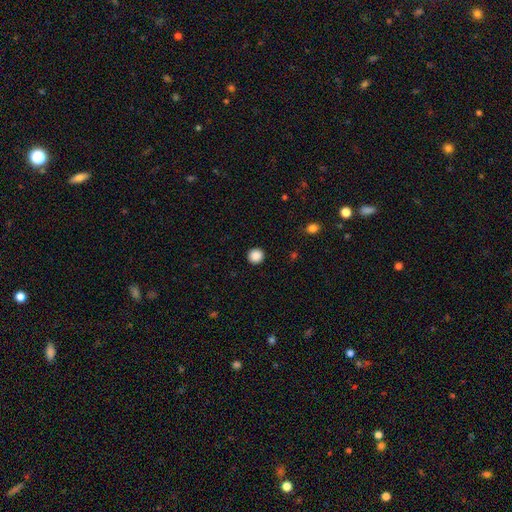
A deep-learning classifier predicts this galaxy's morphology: smooth-or-featured: smooth: 88% | star or artifact: 9% | featured or disk: 2%
  how-rounded: round: 95% | in between: 4% | cigar-shaped: 1%
  merging: none: 93% | minor disturbance: 4% | major disturbance: 2% | merger: 1%